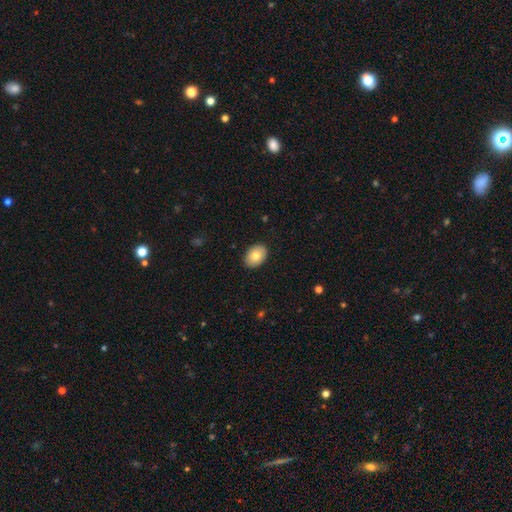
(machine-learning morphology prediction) smooth-or-featured: smooth: 81% | featured or disk: 12% | star or artifact: 7%
  how-rounded: in between: 81% | round: 18% | cigar-shaped: 1%
  merging: none: 89% | minor disturbance: 8% | major disturbance: 2% | merger: 1%